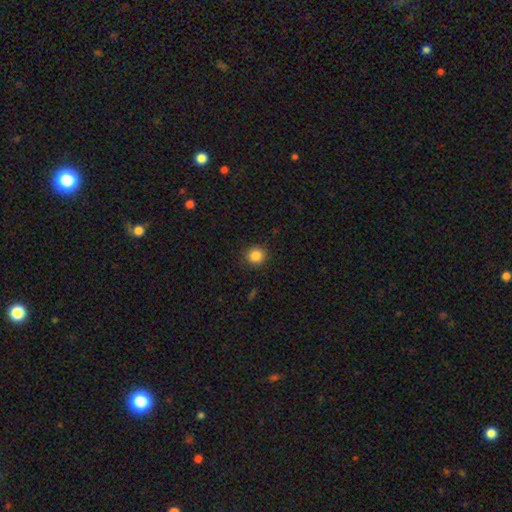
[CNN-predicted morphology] Q: Smooth or featured?
A: smooth (86%); runner-up: star or artifact (10%)
Q: How rounded?
A: round (92%); runner-up: in between (7%)
Q: Merging?
A: none (90%); runner-up: minor disturbance (6%)